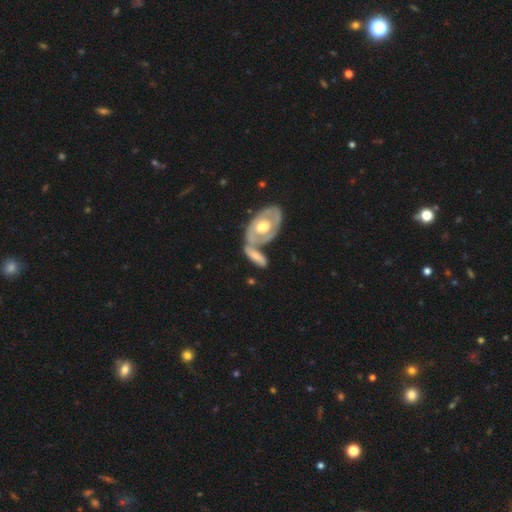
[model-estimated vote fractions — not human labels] Q: Smooth or featured?
A: featured or disk (53%); runner-up: smooth (42%)
Q: Edge-on disk?
A: no (78%); runner-up: yes (22%)
Q: Merging?
A: merger (47%); runner-up: none (34%)